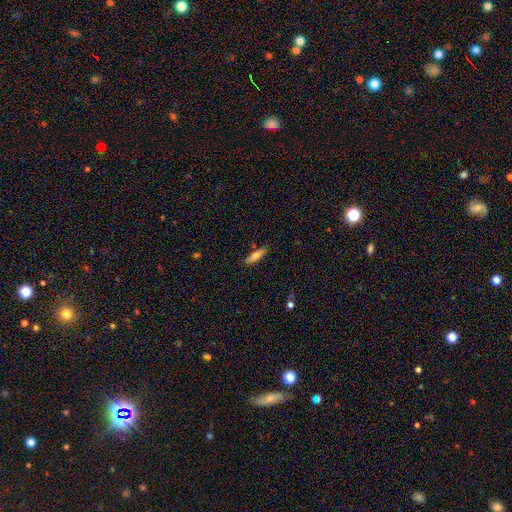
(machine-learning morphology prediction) Smooth or featured?
  - smooth: 69% *
  - featured or disk: 24%
  - star or artifact: 7%
How rounded?
  - cigar-shaped: 58% *
  - in between: 40%
  - round: 2%
Merging?
  - none: 85% *
  - minor disturbance: 11%
  - major disturbance: 2%
  - merger: 2%